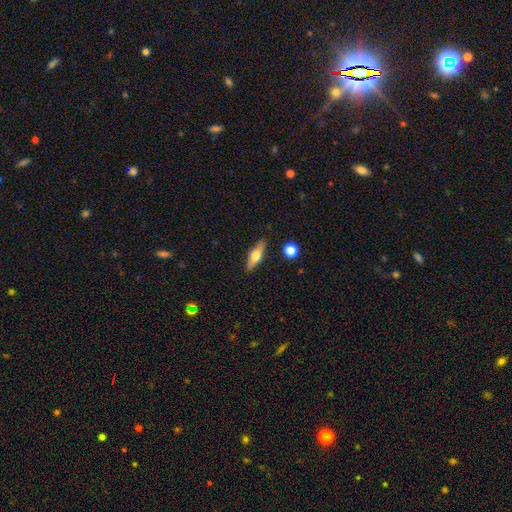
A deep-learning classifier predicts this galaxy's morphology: Smooth or featured? Predicted: featured or disk (p=0.50). Merging? Predicted: none (p=0.86).